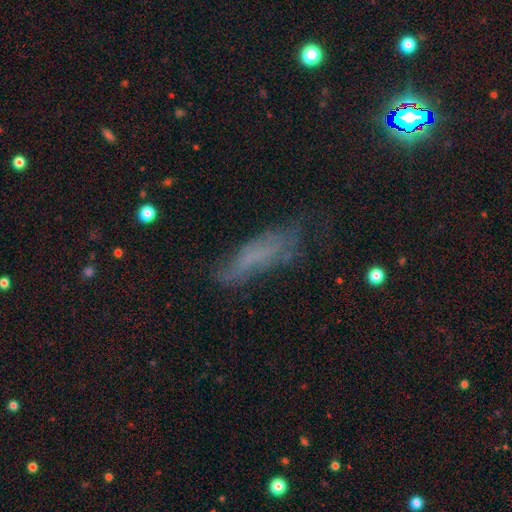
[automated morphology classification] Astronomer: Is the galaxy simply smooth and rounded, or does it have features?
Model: smooth — 51% (runner-up: featured or disk, 30%).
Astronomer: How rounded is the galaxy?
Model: cigar-shaped — 57% (runner-up: in between, 40%).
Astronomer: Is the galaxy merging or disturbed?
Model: none — 51% (runner-up: minor disturbance, 28%).